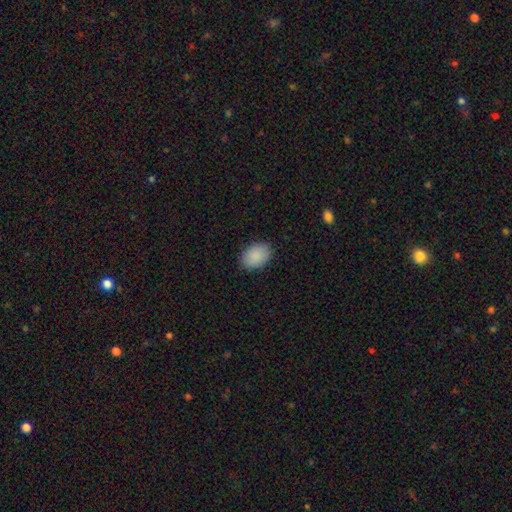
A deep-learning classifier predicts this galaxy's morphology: Smooth or featured?
  - smooth: 89% *
  - star or artifact: 7%
  - featured or disk: 4%
How rounded?
  - in between: 78% *
  - round: 21%
  - cigar-shaped: 1%
Merging?
  - none: 86% *
  - minor disturbance: 10%
  - major disturbance: 2%
  - merger: 1%